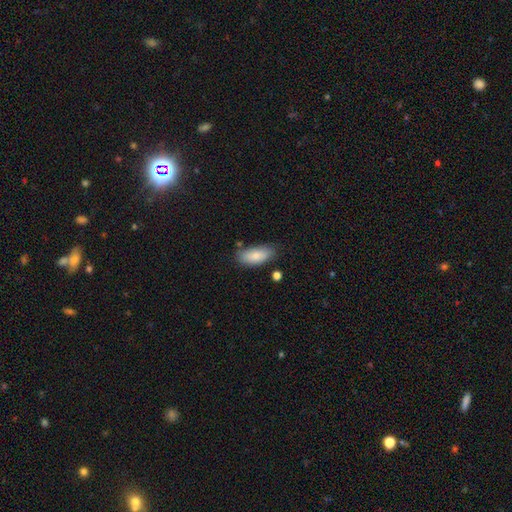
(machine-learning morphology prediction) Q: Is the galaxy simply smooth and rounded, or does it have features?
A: smooth — 84%.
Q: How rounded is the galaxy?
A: in between — 87%.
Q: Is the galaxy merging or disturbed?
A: none — 72%.